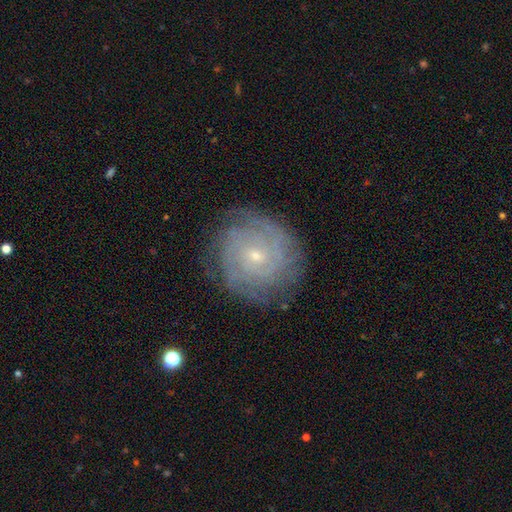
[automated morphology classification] This appears to be a featured or disk galaxy (82%) with no bar (67%), tight (82%) spiral arms (95%) and a small central bulge (77%). Merging: none (82%).